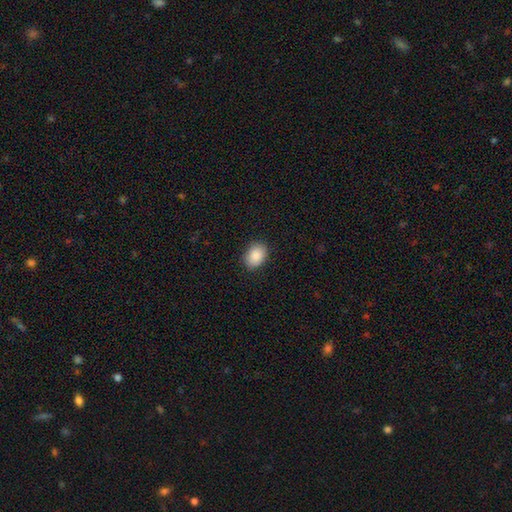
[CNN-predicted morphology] smooth 89%, star or artifact 7%, featured or disk 4%. Down the decision tree: how rounded — in between (73%); merging — none (87%).